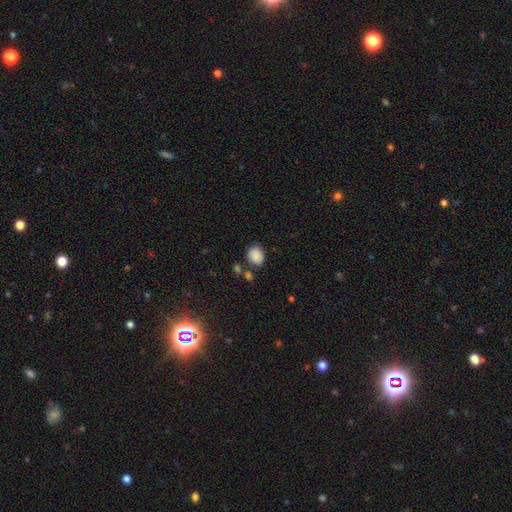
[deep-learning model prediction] The model was most divided on "how rounded": round: 53%, in between: 46%, cigar-shaped: 1%. More confident: smooth or featured — smooth (87%); merging — none (71%).